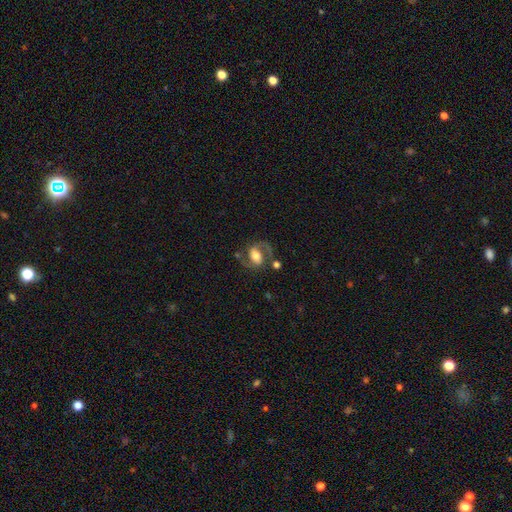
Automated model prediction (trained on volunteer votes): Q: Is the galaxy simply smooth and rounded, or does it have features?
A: featured or disk — 74%.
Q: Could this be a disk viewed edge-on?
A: no — 97%.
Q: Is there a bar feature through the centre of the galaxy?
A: weak — 39%.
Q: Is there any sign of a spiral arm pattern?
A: yes — 92%.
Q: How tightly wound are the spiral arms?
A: medium — 55%.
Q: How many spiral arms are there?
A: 2 — 87%.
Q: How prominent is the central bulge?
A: moderate — 50%.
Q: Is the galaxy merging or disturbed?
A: none — 64%.